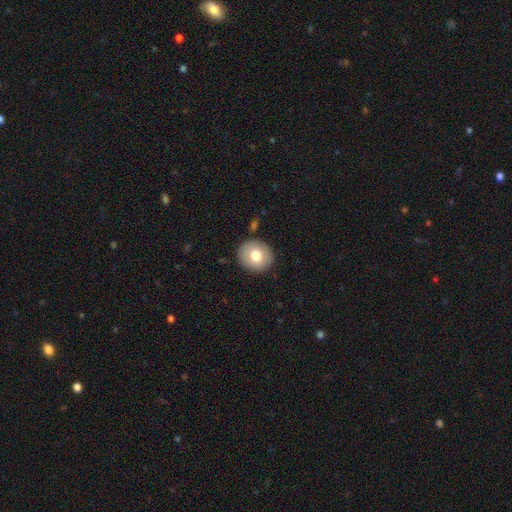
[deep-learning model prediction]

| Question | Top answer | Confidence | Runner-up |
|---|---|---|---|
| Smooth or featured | smooth | 75% | featured or disk (17%) |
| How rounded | round | 81% | in between (18%) |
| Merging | none | 88% | minor disturbance (8%) |